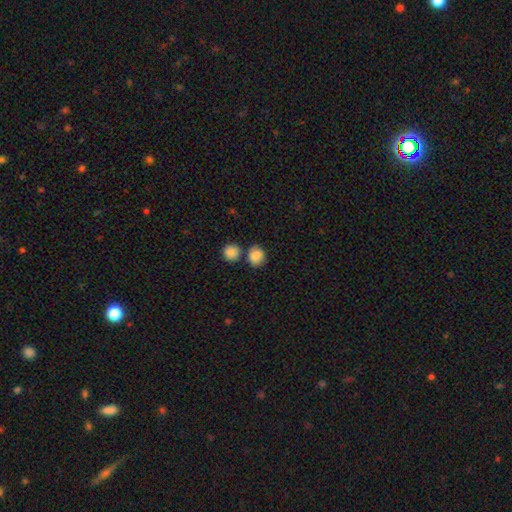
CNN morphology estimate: smooth_or_featured: smooth (p=0.85) [alt: star or artifact p=0.09]
how_rounded: round (p=0.67) [alt: in between p=0.32]
merging: none (p=0.58) [alt: merger p=0.24]